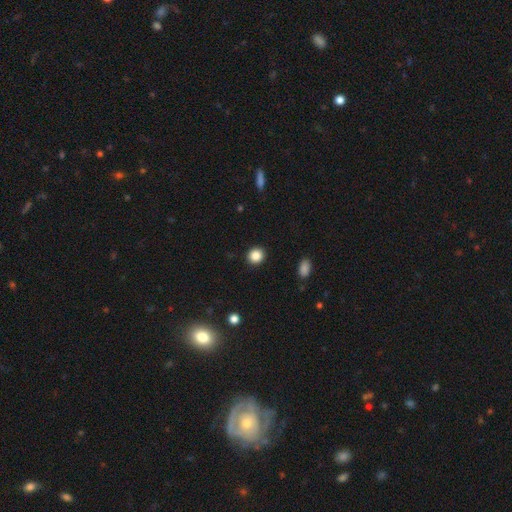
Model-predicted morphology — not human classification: Smooth or featured? Predicted: smooth (p=0.86). How rounded? Predicted: round (p=0.89). Merging? Predicted: none (p=0.92).